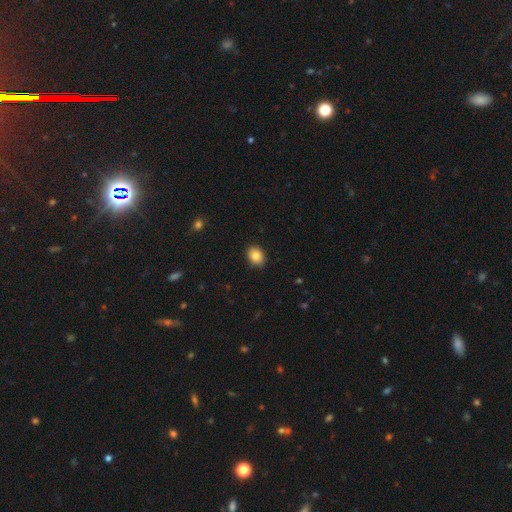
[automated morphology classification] smooth-or-featured: smooth: 86% | star or artifact: 9% | featured or disk: 5%
  how-rounded: in between: 63% | round: 36% | cigar-shaped: 1%
  merging: none: 87% | minor disturbance: 10% | major disturbance: 2% | merger: 1%